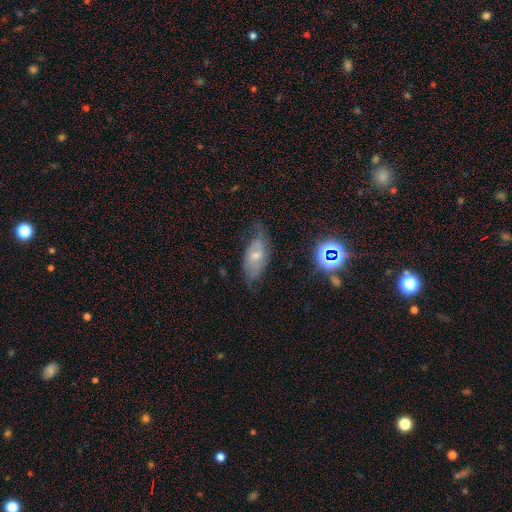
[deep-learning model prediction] This is possibly a featured or disk galaxy (47%). Merging: possibly none (59%).